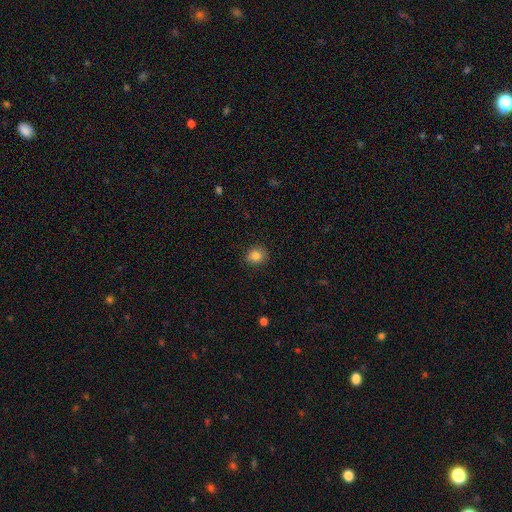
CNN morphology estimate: A smooth galaxy with no disk features (84%) that is round (69%).

Vote fractions:
- Smooth or featured? smooth: 84% / star or artifact: 10% / featured or disk: 6%
- How rounded? round: 69% / in between: 30% / cigar-shaped: 1%
- Merging? none: 89% / minor disturbance: 8% / major disturbance: 2% / merger: 1%